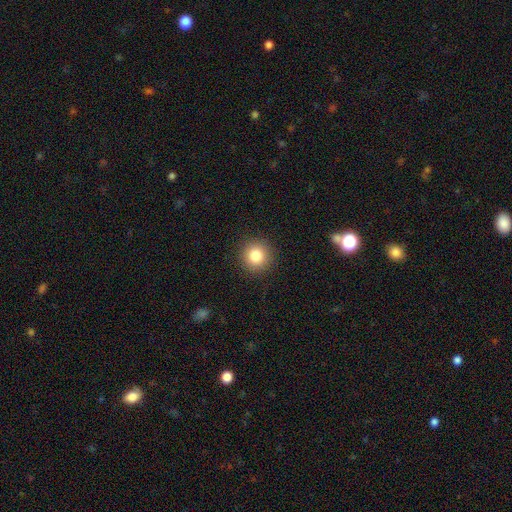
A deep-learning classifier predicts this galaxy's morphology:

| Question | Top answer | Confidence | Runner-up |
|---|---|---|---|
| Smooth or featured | smooth | 84% | star or artifact (10%) |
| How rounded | round | 93% | in between (6%) |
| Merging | none | 91% | minor disturbance (6%) |